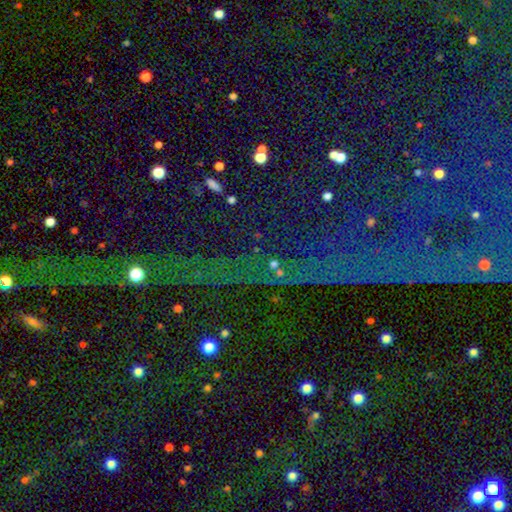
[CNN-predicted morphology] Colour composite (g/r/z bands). It shows a star or artifact, not a galaxy (78%).